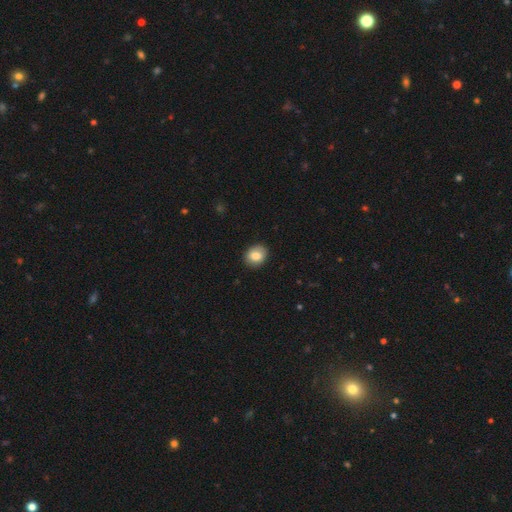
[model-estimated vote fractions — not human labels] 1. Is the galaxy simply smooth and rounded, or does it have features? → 84% smooth, 8% featured or disk, 8% star or artifact.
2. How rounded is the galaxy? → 53% round, 46% in between, 1% cigar-shaped.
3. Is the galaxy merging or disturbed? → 88% none, 9% minor disturbance, 2% major disturbance, 1% merger.